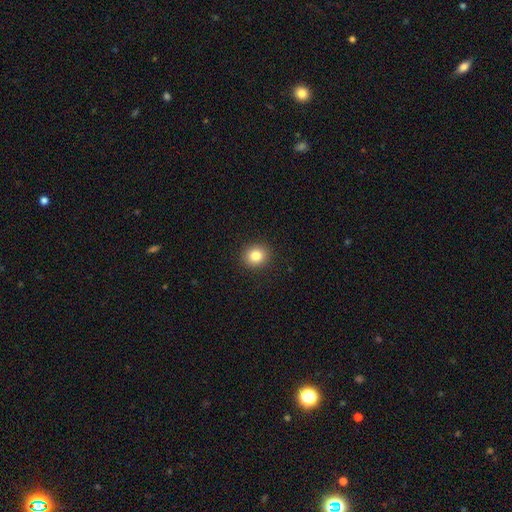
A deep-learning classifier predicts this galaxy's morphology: smooth-or-featured: smooth: 84% | star or artifact: 10% | featured or disk: 6%
  how-rounded: round: 80% | in between: 19% | cigar-shaped: 1%
  merging: none: 91% | minor disturbance: 6% | major disturbance: 2% | merger: 1%